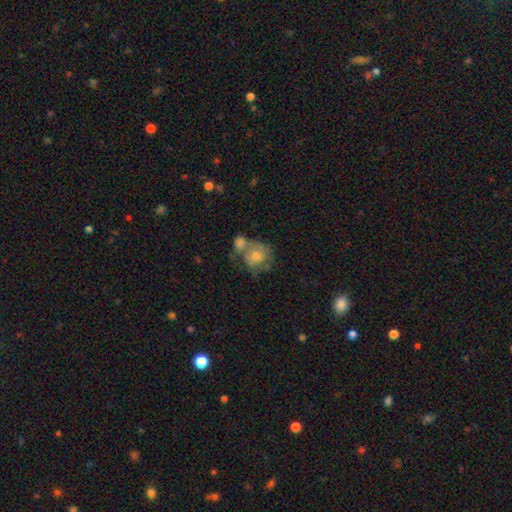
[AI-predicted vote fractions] Smooth or featured? Predicted: featured or disk (p=0.54). Edge-on disk? Predicted: no (p=0.97). Bar? Predicted: no (p=0.78). Spiral arms? Predicted: yes (p=0.71). Bulge size? Predicted: moderate (p=0.58). Merging? Predicted: merger (p=0.38, tied with none).